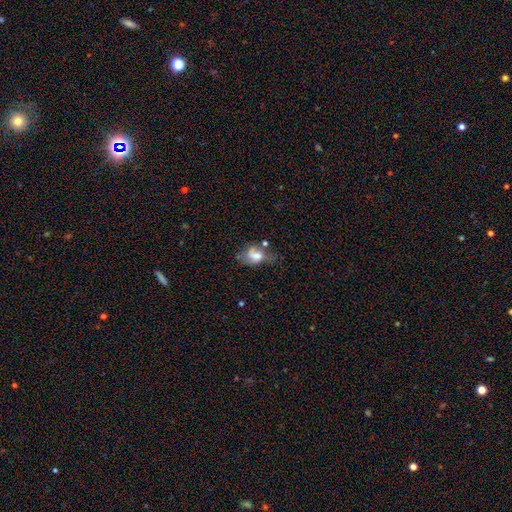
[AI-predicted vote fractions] smooth-or-featured: smooth: 56% | featured or disk: 32% | star or artifact: 11%
  how-rounded: in between: 73% | round: 25% | cigar-shaped: 2%
  merging: major disturbance: 28% | none: 27% | minor disturbance: 27% | merger: 18%